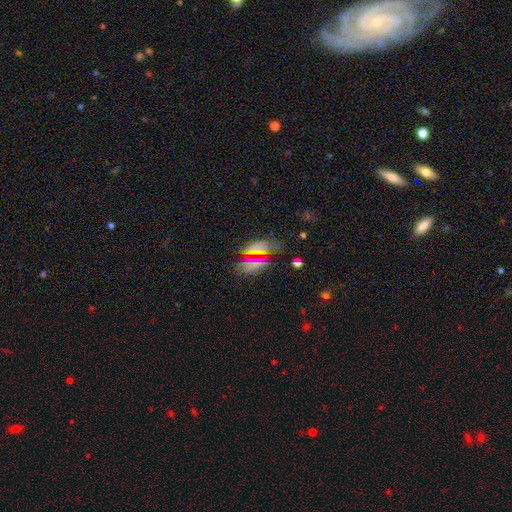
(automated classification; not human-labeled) Smooth or featured? smooth (60%)
How rounded? in between (74%)
Merging? none (54%)